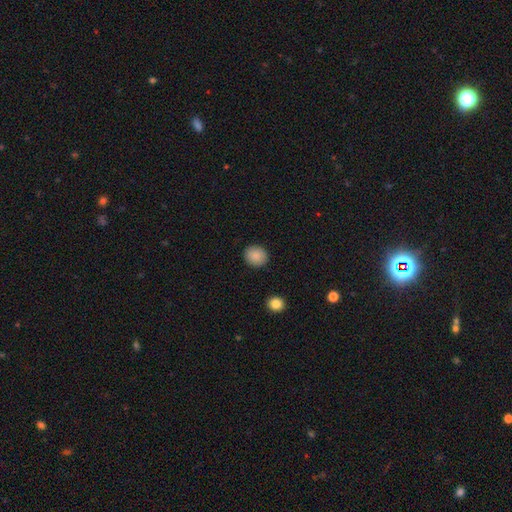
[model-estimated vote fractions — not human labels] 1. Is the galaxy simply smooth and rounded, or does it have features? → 88% smooth, 8% star or artifact, 4% featured or disk.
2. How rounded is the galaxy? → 79% round, 20% in between, 1% cigar-shaped.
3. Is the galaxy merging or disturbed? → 90% none, 6% minor disturbance, 2% major disturbance, 1% merger.